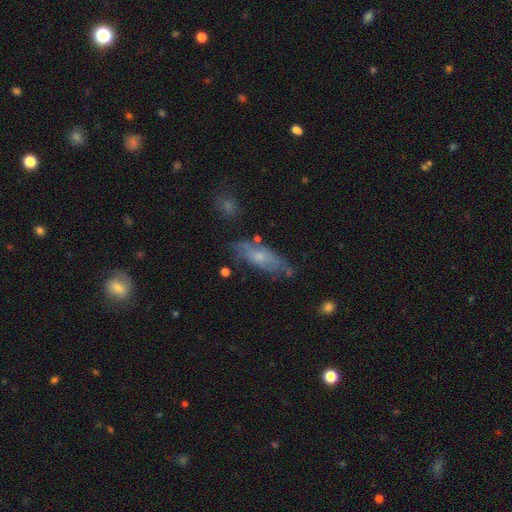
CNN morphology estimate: smooth-or-featured: smooth: 45% (tied) | featured or disk: 45% (tied) | star or artifact: 10%
  merging: none: 65% | minor disturbance: 23% | major disturbance: 7% | merger: 5%